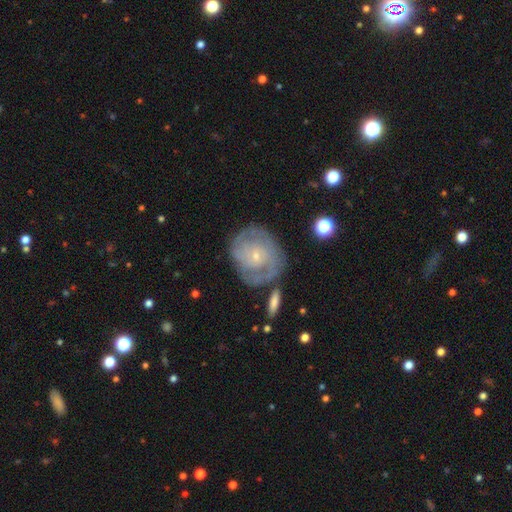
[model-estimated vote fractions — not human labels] A featured or disk galaxy (76%) with no bar (77%), tight (65%) spiral arms (86%) and a small central bulge (85%). Merging: none (69%).